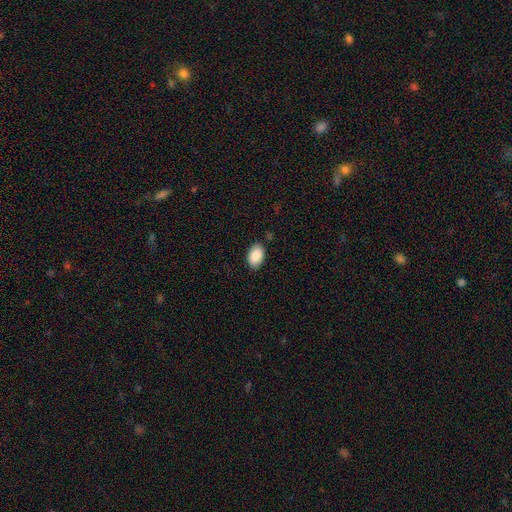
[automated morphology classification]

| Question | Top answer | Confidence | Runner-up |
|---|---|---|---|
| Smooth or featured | smooth | 89% | star or artifact (7%) |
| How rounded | in between | 92% | round (7%) |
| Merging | none | 85% | minor disturbance (12%) |